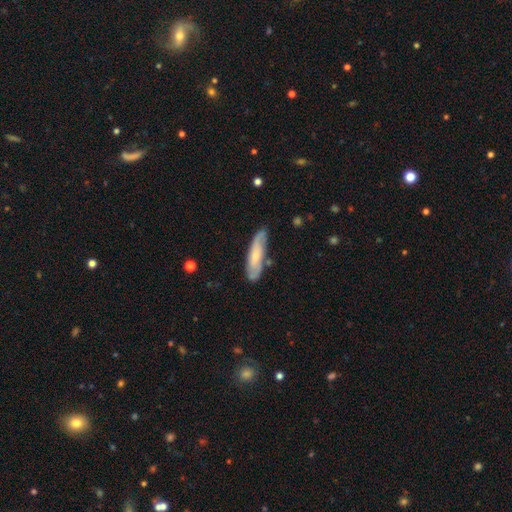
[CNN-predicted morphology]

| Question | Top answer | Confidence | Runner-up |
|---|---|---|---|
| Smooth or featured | smooth | 49% | featured or disk (45%) |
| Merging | none | 73% | minor disturbance (19%) |